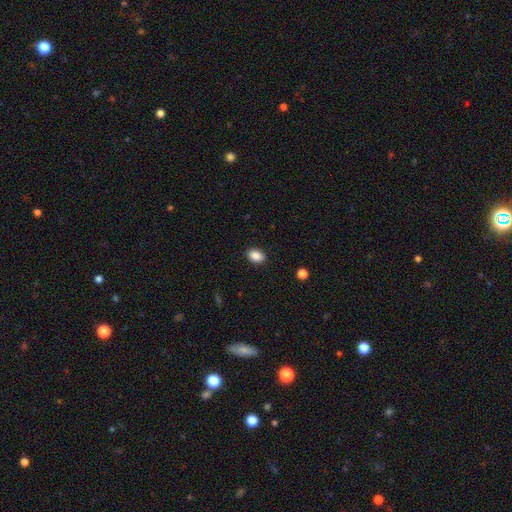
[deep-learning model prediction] Q: Smooth or featured?
A: smooth (89%); runner-up: star or artifact (8%)
Q: How rounded?
A: in between (81%); runner-up: round (18%)
Q: Merging?
A: none (89%); runner-up: minor disturbance (8%)